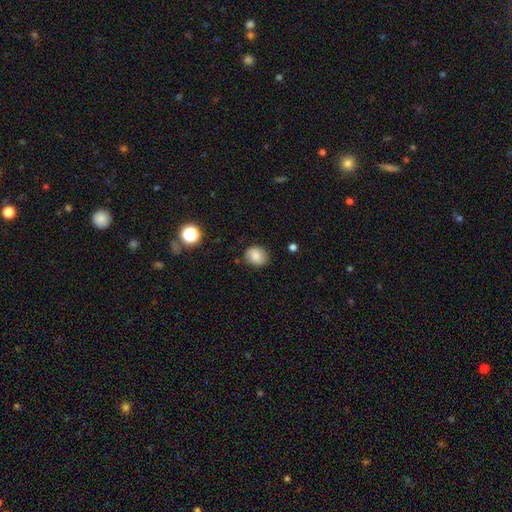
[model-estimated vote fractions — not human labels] Smooth or featured: smooth — 85% (star or artifact — 9%)
How rounded: round — 65% (in between — 34%)
Merging: none — 80% (minor disturbance — 15%)